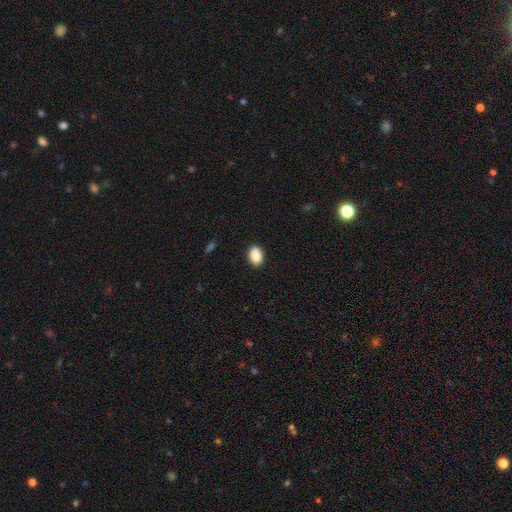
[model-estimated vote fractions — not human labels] Smooth or featured? smooth (89%)
How rounded? in between (81%)
Merging? none (89%)